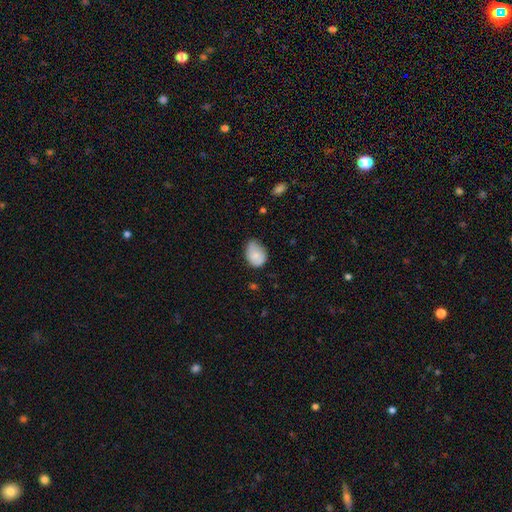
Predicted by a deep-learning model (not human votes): This is likely a smooth galaxy (78%). How rounded: likely in between (71%). Merging: marginally minor disturbance (44%, tied with none).